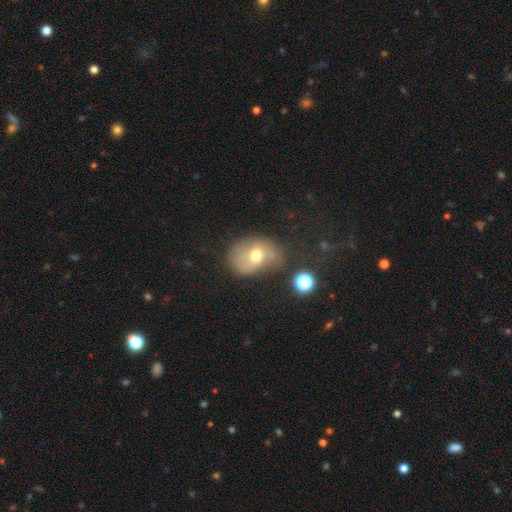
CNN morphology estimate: This appears to be a smooth galaxy with no disk features (52%) that is in between round and cigar-shaped (60%). Merging: none (46%).